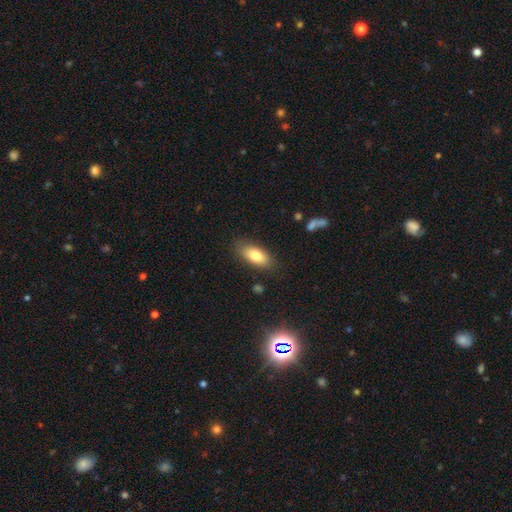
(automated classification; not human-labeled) Morphology: type=smooth (80%); roundness=in between (86%); merging=none (82%).